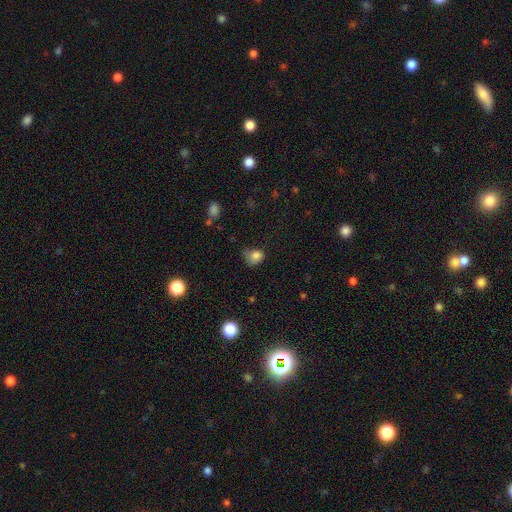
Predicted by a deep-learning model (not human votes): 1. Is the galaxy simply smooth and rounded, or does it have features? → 81% smooth, 11% star or artifact, 8% featured or disk.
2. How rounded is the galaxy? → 56% round, 43% in between, 1% cigar-shaped.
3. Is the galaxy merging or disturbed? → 39% minor disturbance, 35% none, 24% major disturbance, 3% merger.